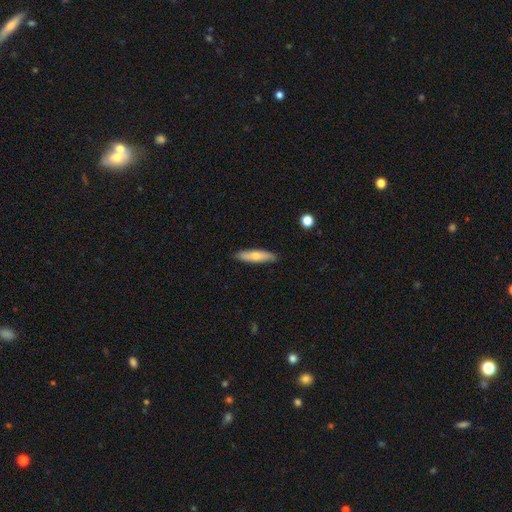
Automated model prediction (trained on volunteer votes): A smooth galaxy with no disk features (60%) that is cigar-shaped (74%). Merging: none (88%).